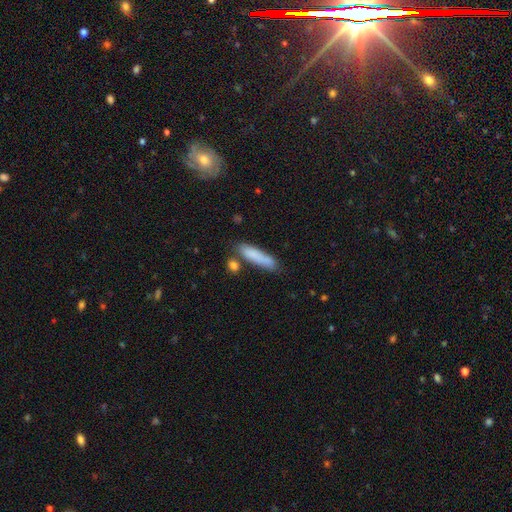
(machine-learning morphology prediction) A smooth galaxy with no disk features (81%) that is cigar-shaped (80%).

Vote fractions:
- Smooth or featured? smooth: 81% / featured or disk: 12% / star or artifact: 7%
- How rounded? cigar-shaped: 80% / in between: 19% / round: 2%
- Merging? none: 70% / minor disturbance: 17% / merger: 8% / major disturbance: 4%